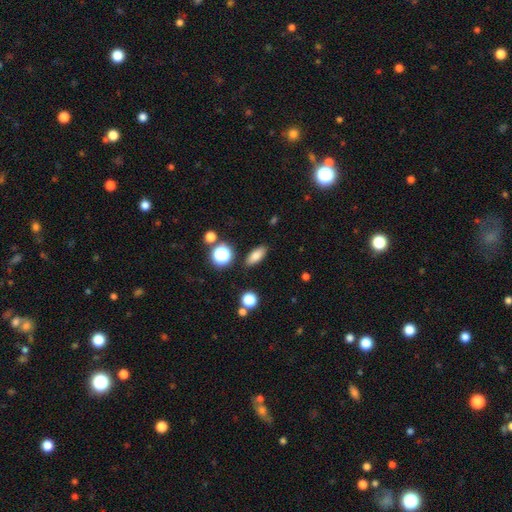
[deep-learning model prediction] This appears to be a smooth galaxy with no disk features (79%) that is in between round and cigar-shaped (73%). Merging: none (87%).